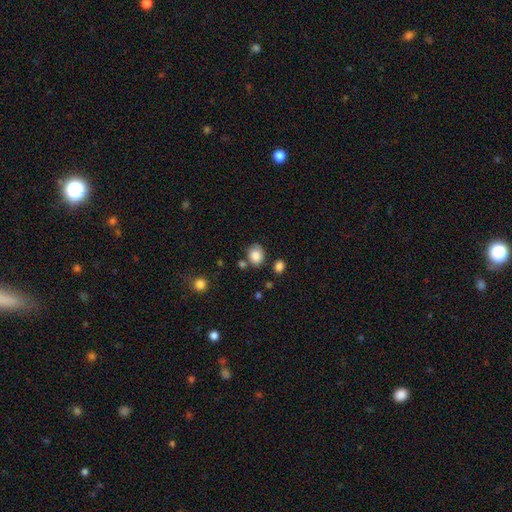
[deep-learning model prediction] Morphology: type=smooth (85%); roundness=round (56%); merging=none (70%).